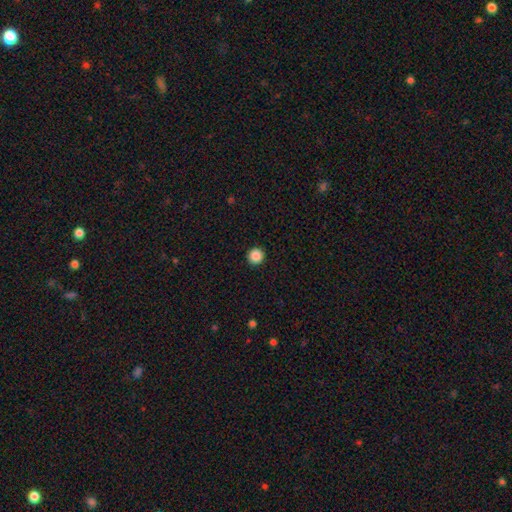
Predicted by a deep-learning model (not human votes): A smooth galaxy with no disk features (87%) that is round (96%).

Vote fractions:
- Smooth or featured? smooth: 87% / star or artifact: 10% / featured or disk: 3%
- How rounded? round: 96% / in between: 3% / cigar-shaped: 1%
- Merging? none: 94% / minor disturbance: 4% / major disturbance: 1% / merger: 1%